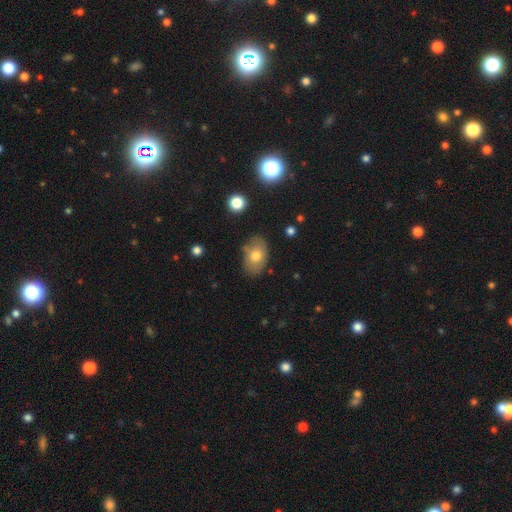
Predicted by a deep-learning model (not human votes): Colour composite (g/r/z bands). It shows a smooth galaxy with no disk features (71%) that is in between round and cigar-shaped (87%). Merging: none (76%).